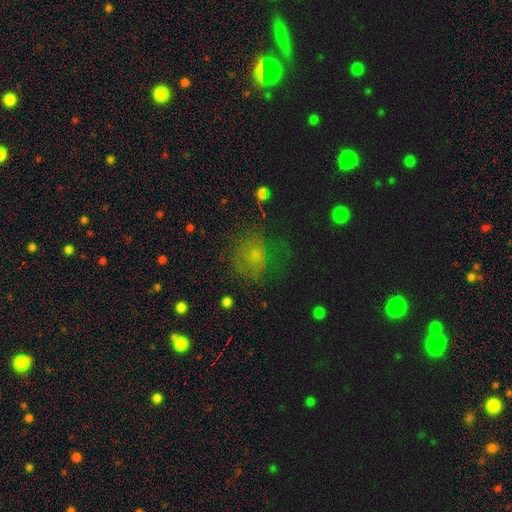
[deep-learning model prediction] This appears to be a smooth galaxy with no disk features (54%) that is round (63%). Merging: none (58%).